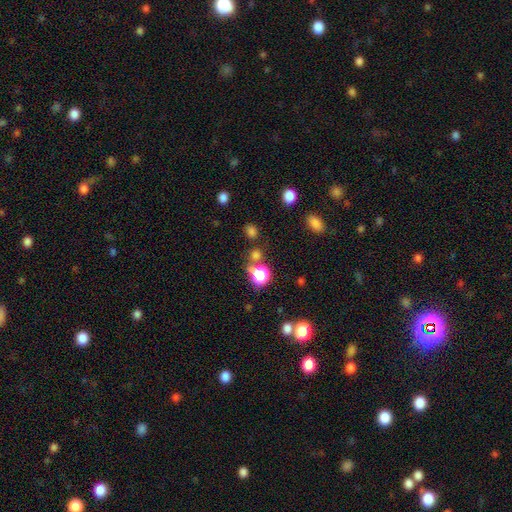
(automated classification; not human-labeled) A smooth galaxy with no disk features (64%) that is round (84%). Merging: none (71%).